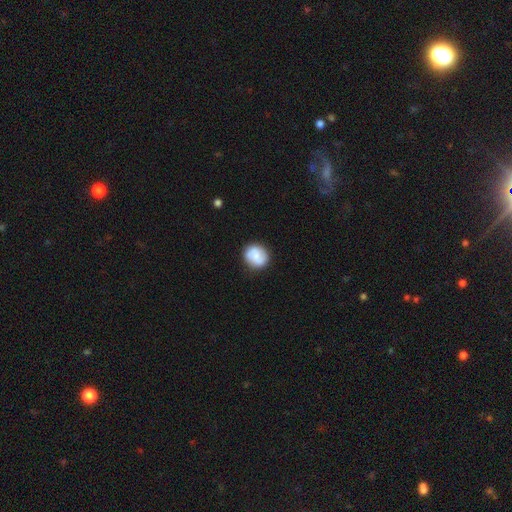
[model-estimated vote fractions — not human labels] This is possibly a smooth galaxy (58%). How rounded: clearly round (81%). Merging: clearly none (85%).